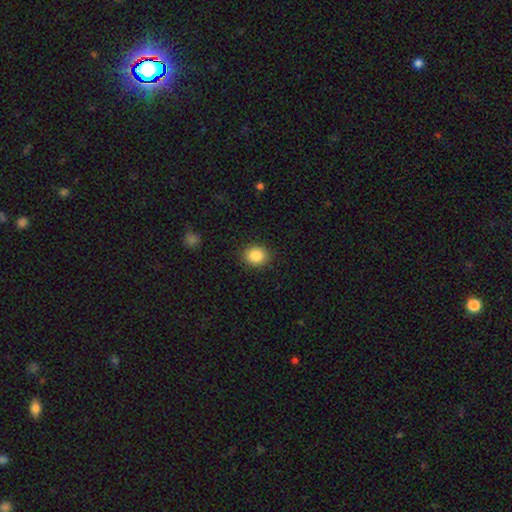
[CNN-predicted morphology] smooth 86%, star or artifact 9%, featured or disk 5%. Down the decision tree: how rounded — round (71%); merging — none (89%).